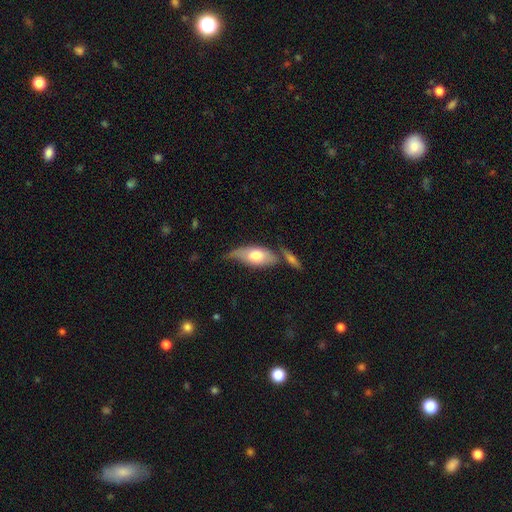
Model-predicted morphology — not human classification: This is likely a smooth galaxy (60%). How rounded: clearly in between (84%). Merging: marginally none (43%).